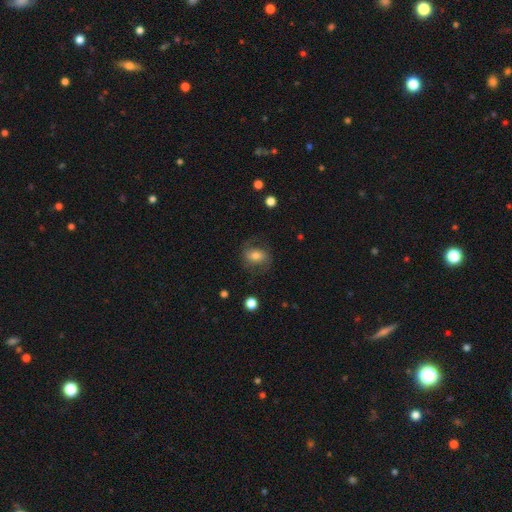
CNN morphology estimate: Overall: smooth (48%; featured or disk 43%). Merging: none (67%).